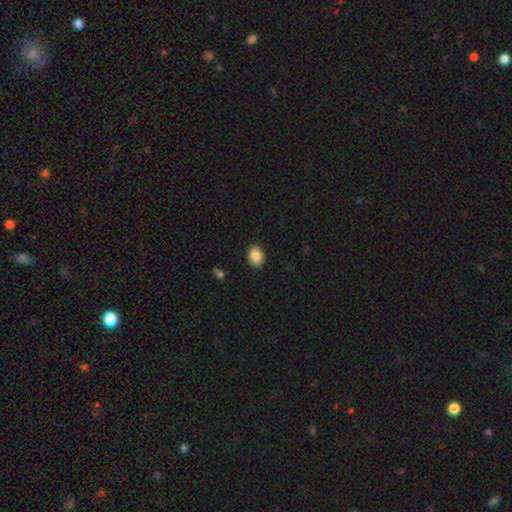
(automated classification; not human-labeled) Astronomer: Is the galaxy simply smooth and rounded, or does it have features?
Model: smooth — 85%.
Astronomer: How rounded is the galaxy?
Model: in between — 69%.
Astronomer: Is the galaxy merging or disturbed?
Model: none — 90%.